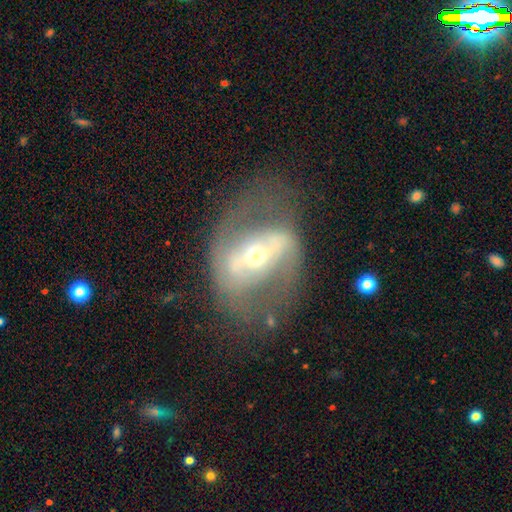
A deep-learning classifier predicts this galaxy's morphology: Smooth or featured? featured or disk (79%)
Edge-on disk? no (93%)
Bar? strong (55%)
Spiral arms? yes (64%)
Bulge size? moderate (56%)
Merging? none (60%)